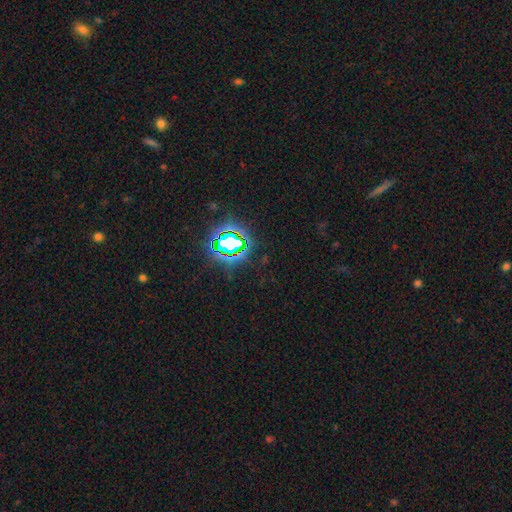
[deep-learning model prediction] A star or artifact, not a galaxy (81%).

Vote fractions:
- Smooth or featured? star or artifact: 81% / smooth: 12% / featured or disk: 7%